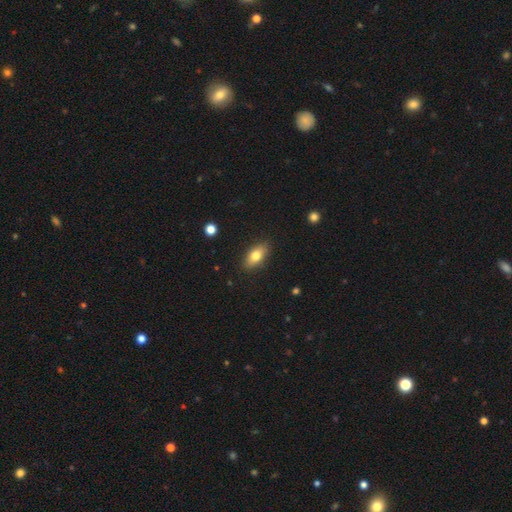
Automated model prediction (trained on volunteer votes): Q: Smooth or featured?
A: smooth (76%); runner-up: featured or disk (17%)
Q: How rounded?
A: in between (85%); runner-up: cigar-shaped (10%)
Q: Merging?
A: none (87%); runner-up: minor disturbance (9%)